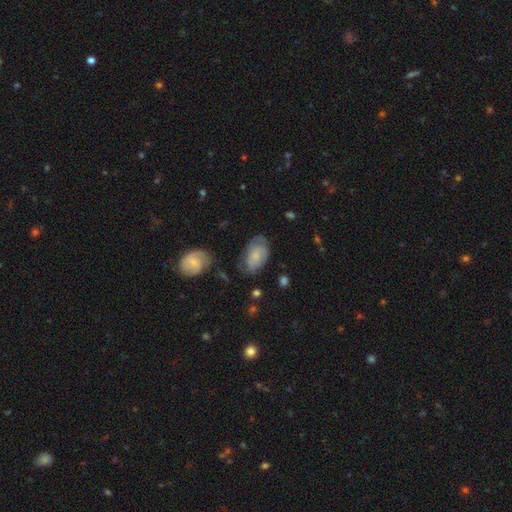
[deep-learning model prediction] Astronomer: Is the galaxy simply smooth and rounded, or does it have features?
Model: featured or disk — 47% (runner-up: smooth, 45%).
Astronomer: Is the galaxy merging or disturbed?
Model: none — 57%.